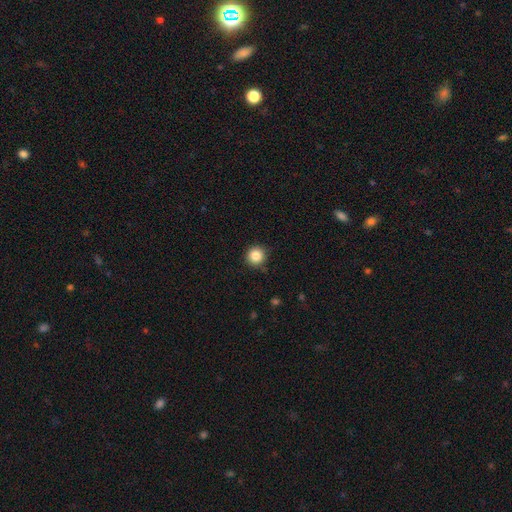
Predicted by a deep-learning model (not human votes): Overall: smooth (86%). How rounded: round (95%). Merging: none (89%).